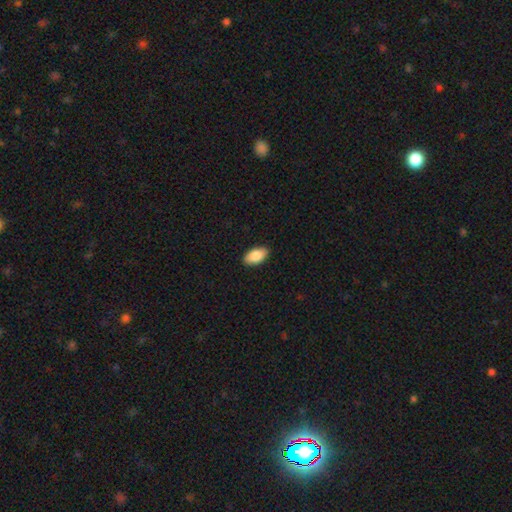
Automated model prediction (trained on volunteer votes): Smooth or featured? Predicted: smooth (p=0.88). How rounded? Predicted: in between (p=0.95). Merging? Predicted: none (p=0.90).